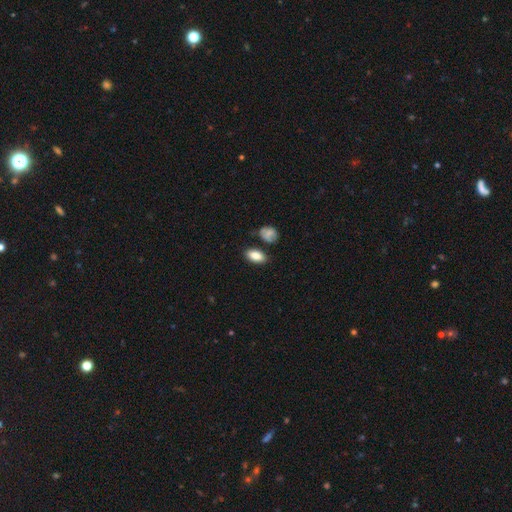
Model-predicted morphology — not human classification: Smooth or featured? Predicted: smooth (p=0.85). How rounded? Predicted: in between (p=0.91). Merging? Predicted: none (p=0.77).